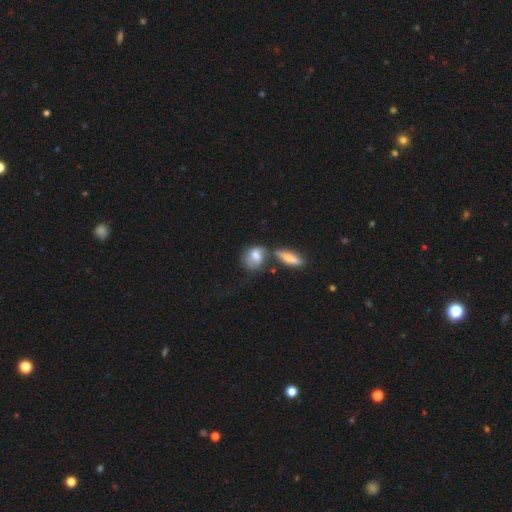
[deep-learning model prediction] This is likely a smooth galaxy (64%). How rounded: possibly in between (56%). Merging: marginally none (39%).